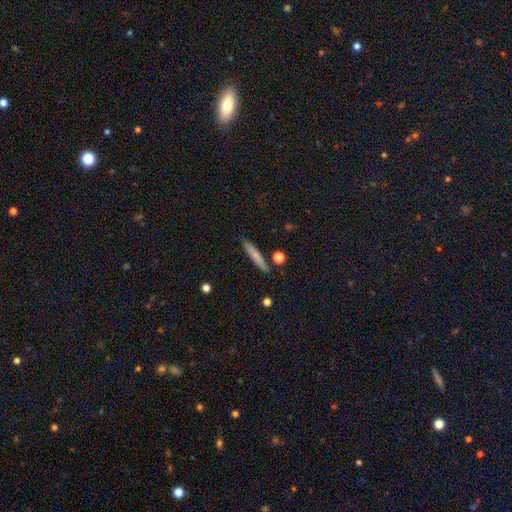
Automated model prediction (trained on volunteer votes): smooth-or-featured: smooth: 71% | featured or disk: 23% | star or artifact: 7%
  how-rounded: cigar-shaped: 93% | in between: 5% | round: 2%
  merging: none: 87% | minor disturbance: 8% | merger: 3% | major disturbance: 2%